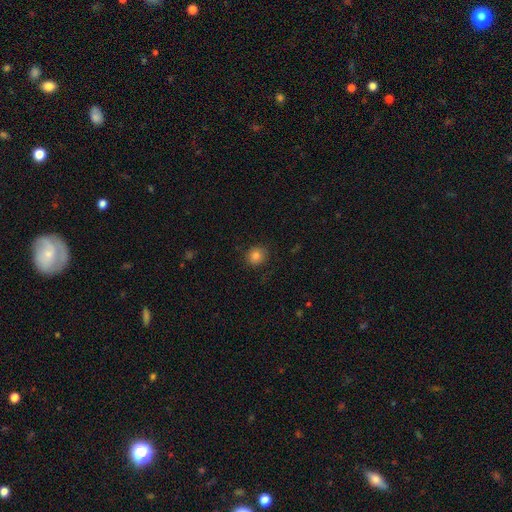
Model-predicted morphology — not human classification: type=smooth (82%); roundness=round (86%); merging=none (85%).